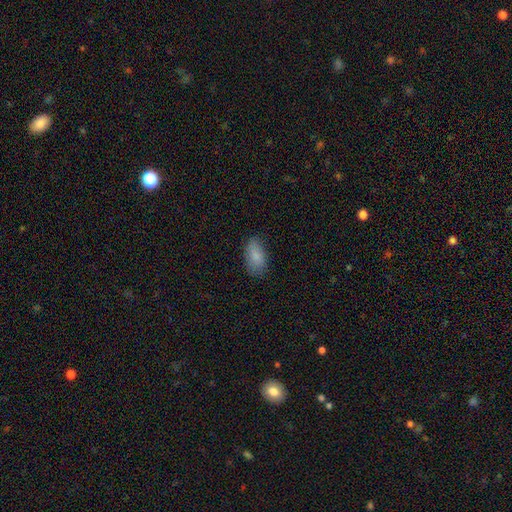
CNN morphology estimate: Smooth or featured? smooth (85%)
How rounded? in between (91%)
Merging? none (76%)